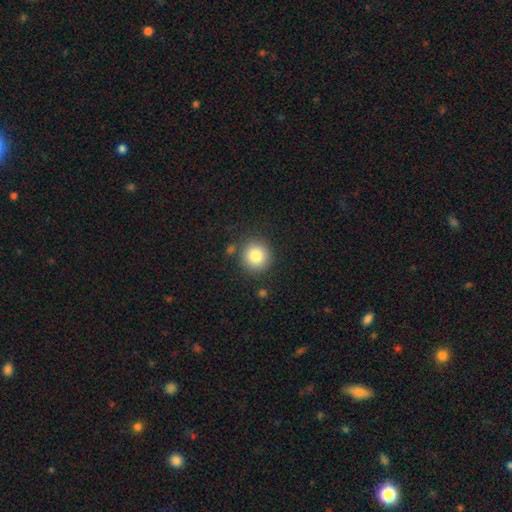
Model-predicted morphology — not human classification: This appears to be a smooth galaxy with no disk features (83%) that is round (93%). Merging: none (85%).